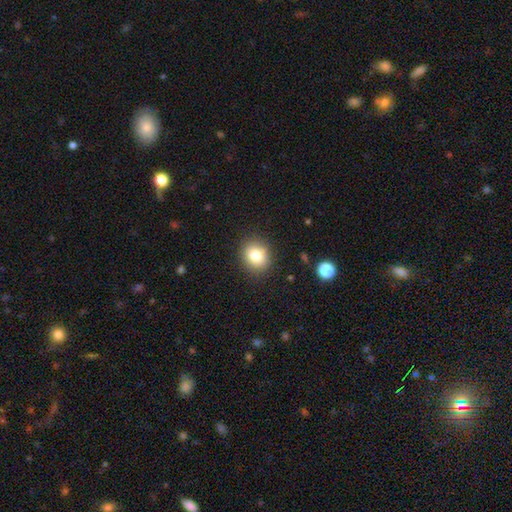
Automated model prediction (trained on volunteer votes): Overall: smooth (81%). How rounded: round (70%). Merging: none (88%).